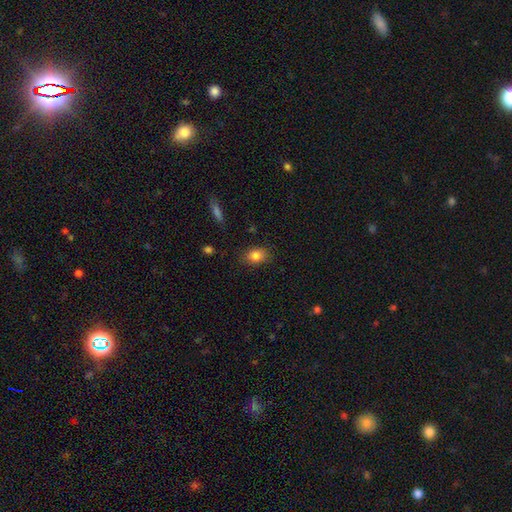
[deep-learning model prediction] A smooth galaxy with no disk features (83%) that is in between round and cigar-shaped (73%).

Vote fractions:
- Smooth or featured? smooth: 83% / star or artifact: 9% / featured or disk: 8%
- How rounded? in between: 73% / round: 26% / cigar-shaped: 2%
- Merging? none: 84% / minor disturbance: 12% / major disturbance: 3% / merger: 1%